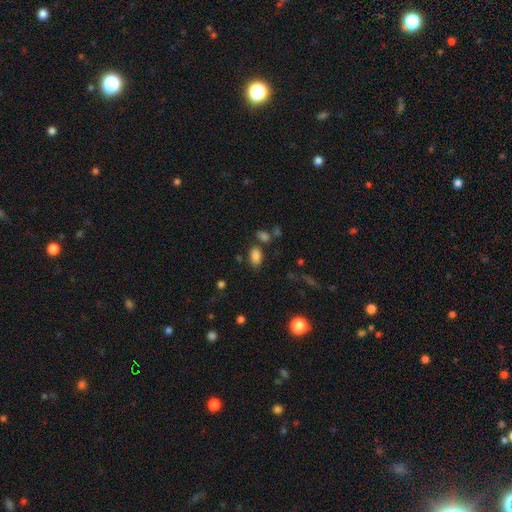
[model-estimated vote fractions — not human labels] smooth 84%, star or artifact 11%, featured or disk 5%. Down the decision tree: how rounded — in between (89%); merging — none (73%).